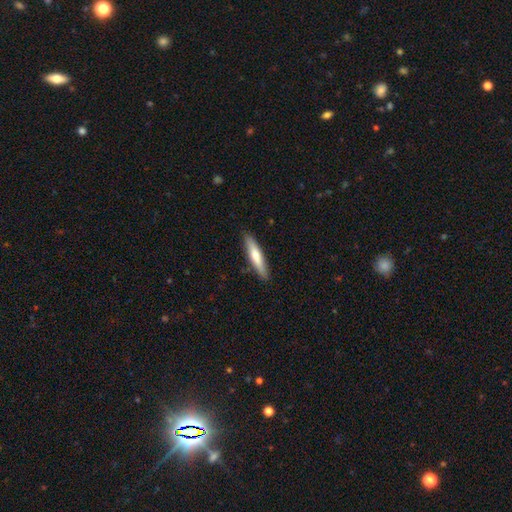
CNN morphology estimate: The model was most divided on "smooth or featured": smooth: 65%, featured or disk: 30%, star or artifact: 5%. More confident: merging — none (88%); how rounded — cigar-shaped (85%).